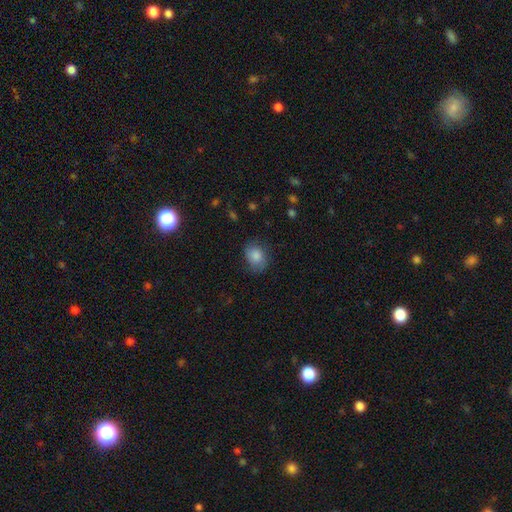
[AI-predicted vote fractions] Morphology: type=smooth (80%); roundness=in between (53%); merging=none (71%).